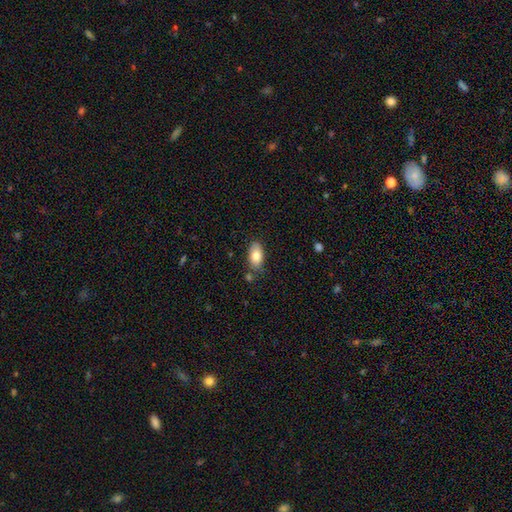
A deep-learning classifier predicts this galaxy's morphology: This is clearly a smooth galaxy (81%). How rounded: clearly in between (93%). Merging: likely none (76%).